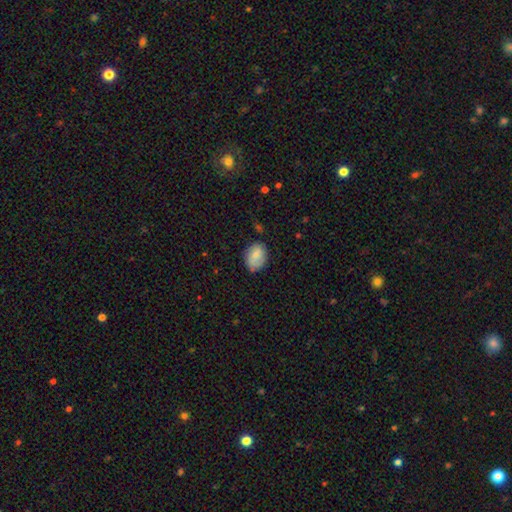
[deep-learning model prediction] The model was most divided on "how rounded": in between: 74%, round: 25%, cigar-shaped: 1%. More confident: smooth or featured — smooth (77%); merging — none (74%).